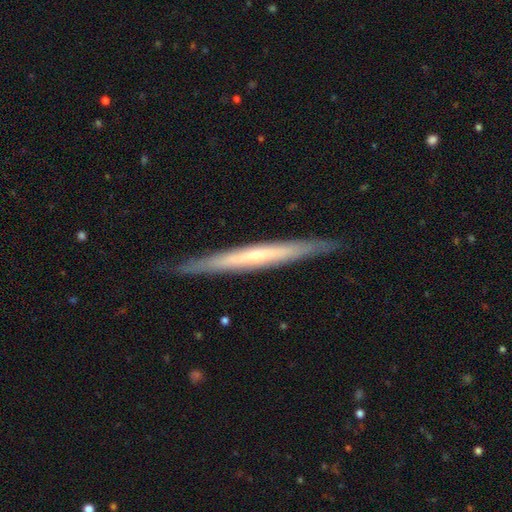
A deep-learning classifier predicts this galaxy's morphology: This appears to be a featured or disk galaxy (61%) viewed edge-on (95%) with no central bulge (62%). Merging: none (89%).